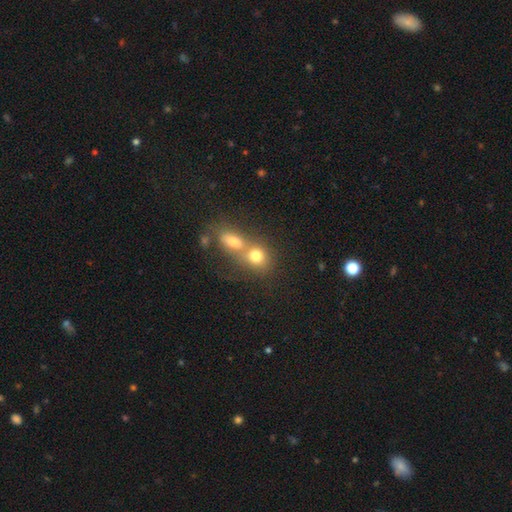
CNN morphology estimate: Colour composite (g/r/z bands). It shows a smooth galaxy with no disk features (76%) that is round (66%). Merging: merger (55%).